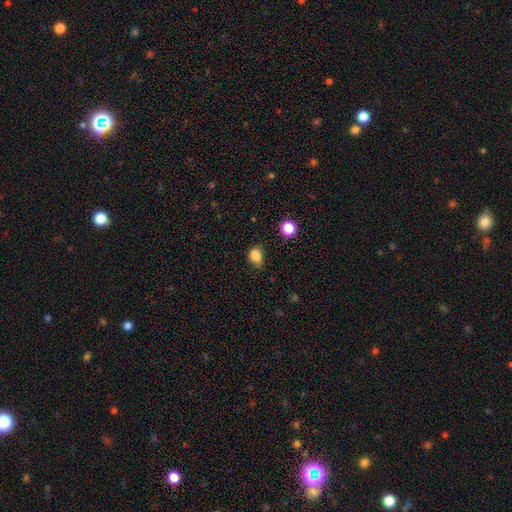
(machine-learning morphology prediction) Smooth or featured? smooth (83%)
How rounded? in between (62%)
Merging? none (59%)